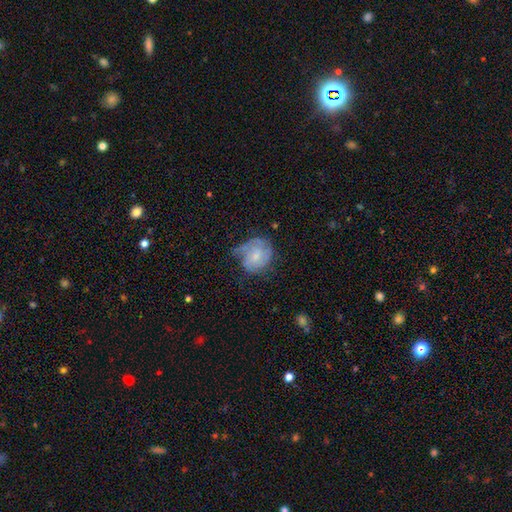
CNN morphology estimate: Smooth or featured? Predicted: featured or disk (p=0.50). Edge-on disk? Predicted: no (p=0.98). Merging? Predicted: none (p=0.43).